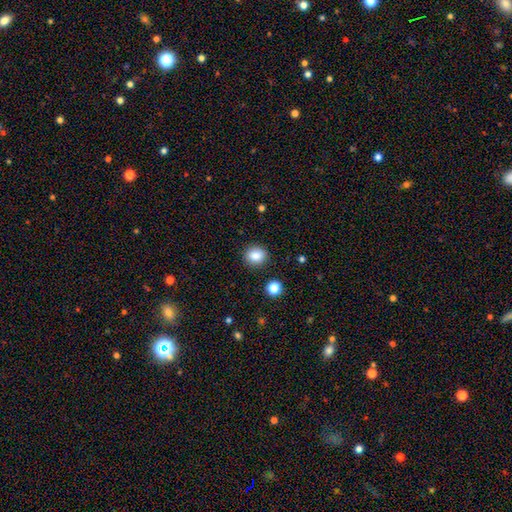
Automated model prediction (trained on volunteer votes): Morphology: type=smooth (86%); roundness=round (77%); merging=none (89%).